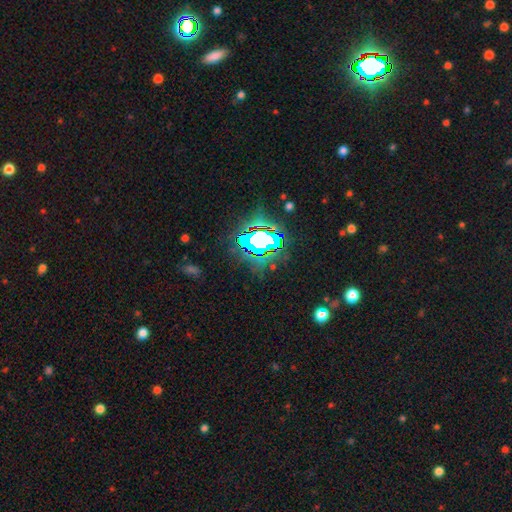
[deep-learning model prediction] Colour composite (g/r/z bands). It shows a star or artifact, not a galaxy (83%).